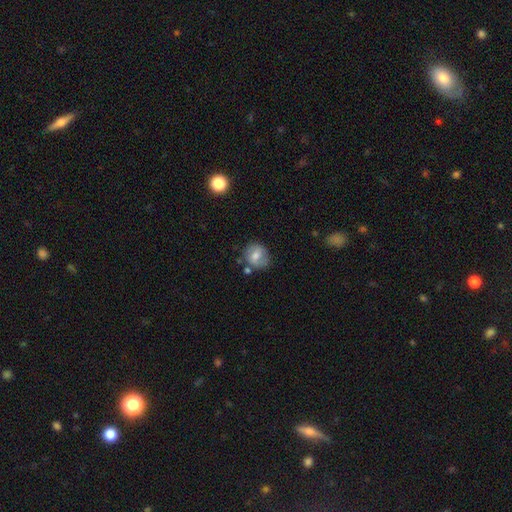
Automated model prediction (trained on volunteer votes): Overall: smooth (62%; featured or disk 29%). How rounded: round (69%; in between 30%). Merging: none (65%).